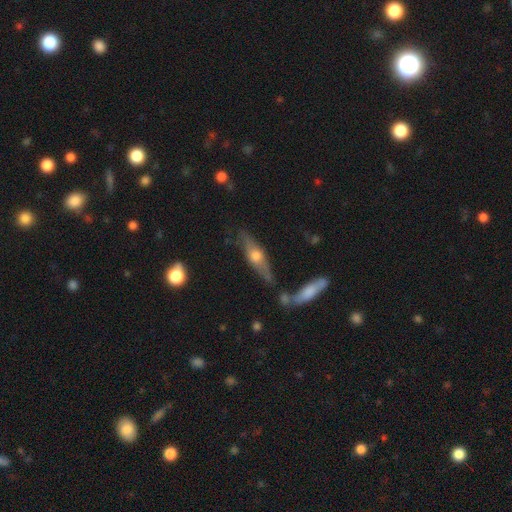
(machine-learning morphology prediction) Smooth or featured? featured or disk (61%)
Edge-on disk? yes (87%)
Edge-on bulge? rounded (92%)
Merging? none (70%)